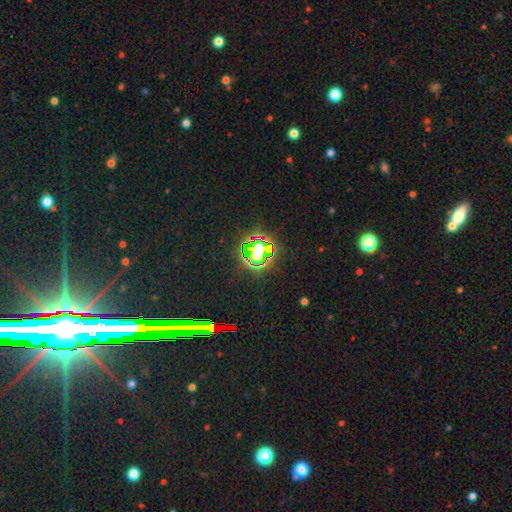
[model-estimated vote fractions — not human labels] A star or artifact, not a galaxy (64%).